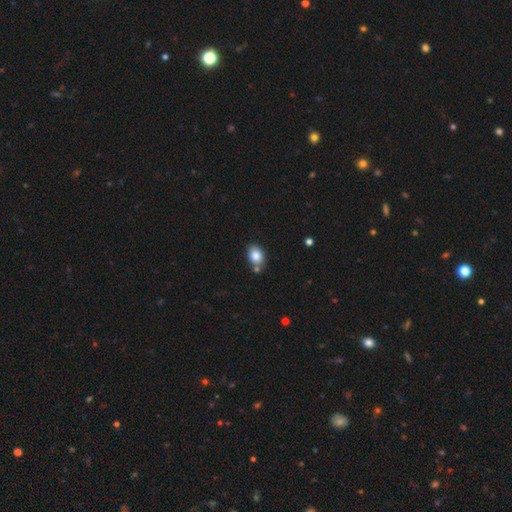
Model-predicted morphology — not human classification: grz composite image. It shows a smooth galaxy with no disk features (83%) that is in between round and cigar-shaped (74%). Merging: none (66%).